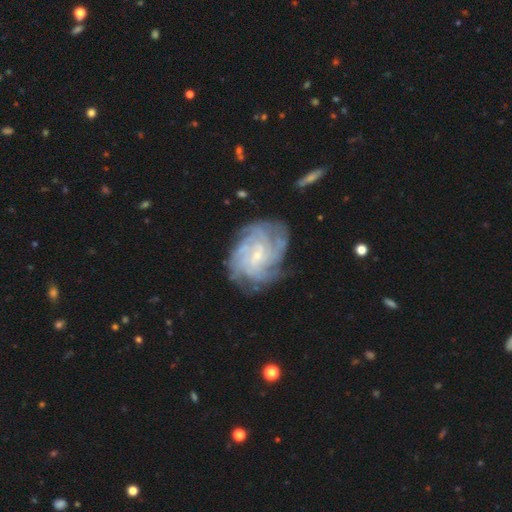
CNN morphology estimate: A featured or disk galaxy (77%) with no bar (51%), tight (62%) spiral arms (94%) and a small central bulge (66%).

Vote fractions:
- Smooth or featured? featured or disk: 77% / smooth: 13% / star or artifact: 10%
- Edge-on disk? no: 97% / yes: 3%
- Bar? no: 51% / weak: 40% / strong: 9%
- Spiral arms? yes: 94% / no: 6%
- Spiral winding? tight: 62% / medium: 29% / loose: 9%
- Spiral arm count? can't tell: 39% / 4: 22% / more than 4: 13% / 3: 11% / 2: 8% / 1: 7%
- Bulge size? small: 66% / moderate: 27% / none: 5% / large: 2% / dominant: 1%
- Merging? none: 74% / minor disturbance: 17% / major disturbance: 7% / merger: 2%